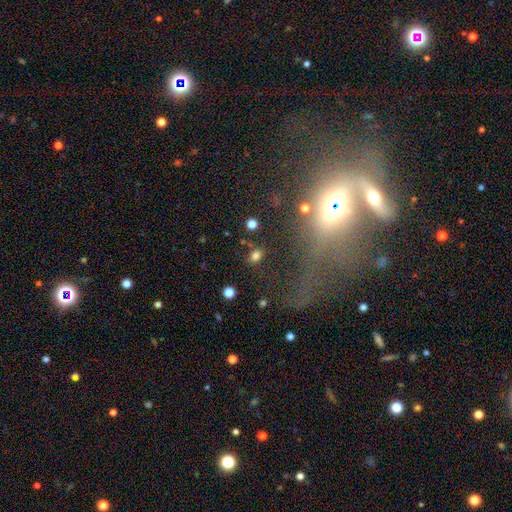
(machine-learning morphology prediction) A smooth galaxy with no disk features (78%) that is in between round and cigar-shaped (72%). Merging: none (78%).